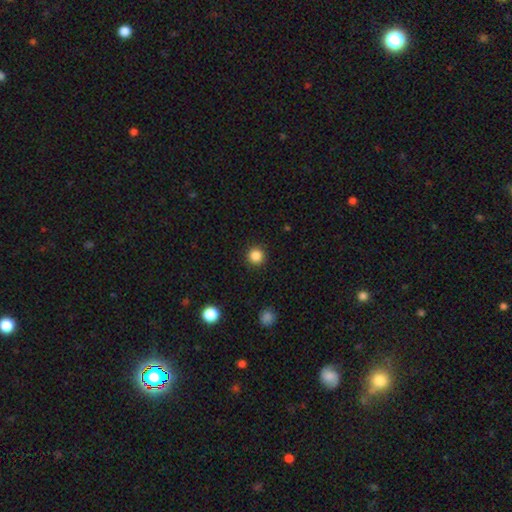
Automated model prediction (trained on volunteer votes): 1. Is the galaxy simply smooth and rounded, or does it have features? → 86% smooth, 11% star or artifact, 3% featured or disk.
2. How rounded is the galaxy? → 95% round, 4% in between, 1% cigar-shaped.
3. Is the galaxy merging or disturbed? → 92% none, 5% minor disturbance, 2% major disturbance, 1% merger.